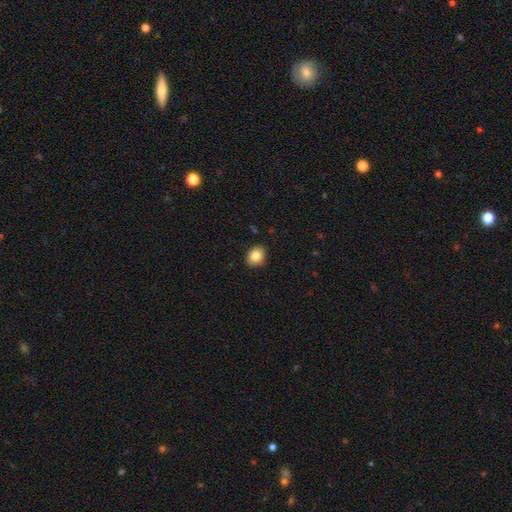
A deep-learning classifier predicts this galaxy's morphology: A smooth galaxy with no disk features (83%) that is in between round and cigar-shaped (51%). Merging: none (88%).